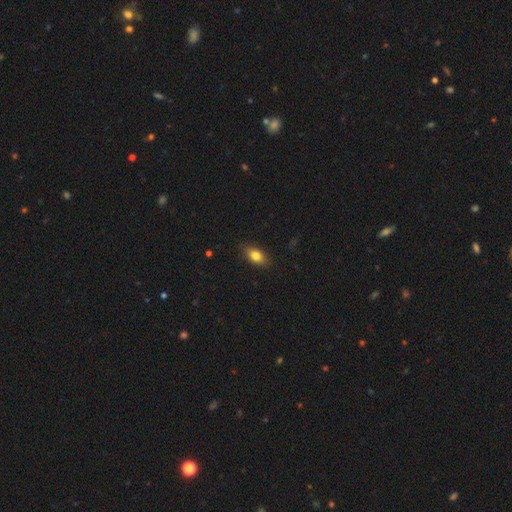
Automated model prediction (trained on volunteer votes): Smooth or featured: smooth — 80% (featured or disk — 12%)
How rounded: in between — 83% (round — 10%)
Merging: none — 85% (minor disturbance — 12%)